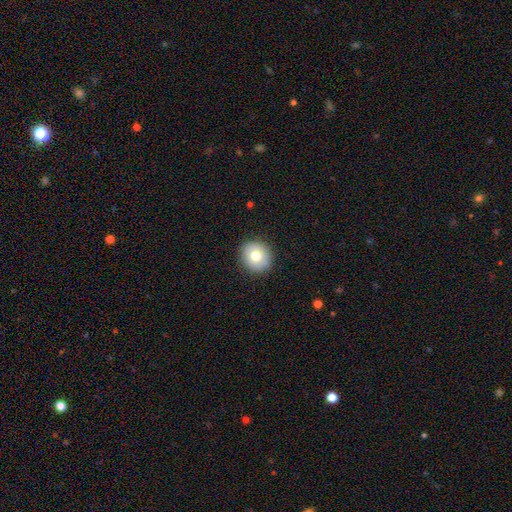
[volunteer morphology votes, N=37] A smooth galaxy with no disk features (81%) that is round (93%). Merging: none (83%).